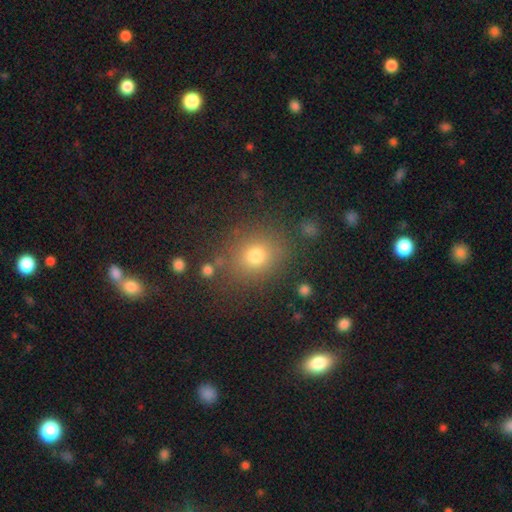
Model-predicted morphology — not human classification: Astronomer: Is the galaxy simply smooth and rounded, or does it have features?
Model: smooth — 75%.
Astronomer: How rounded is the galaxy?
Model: round — 73%.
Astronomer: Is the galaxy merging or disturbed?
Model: none — 81%.